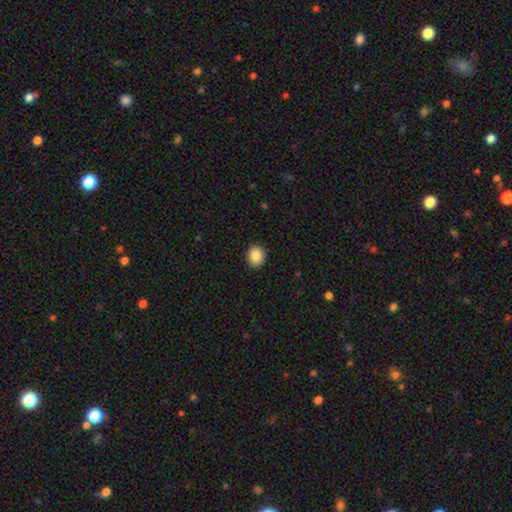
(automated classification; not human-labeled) This appears to be a smooth galaxy with no disk features (88%) that is round (58%). Merging: none (90%).